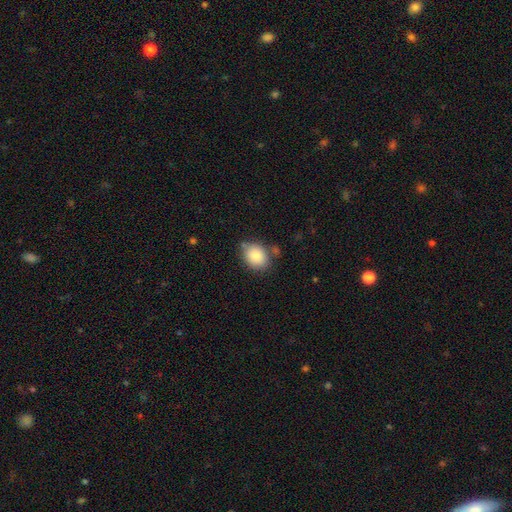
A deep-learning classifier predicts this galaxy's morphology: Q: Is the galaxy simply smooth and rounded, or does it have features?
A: smooth — 85%.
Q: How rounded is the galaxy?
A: in between — 52%.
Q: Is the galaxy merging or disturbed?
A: none — 71%.